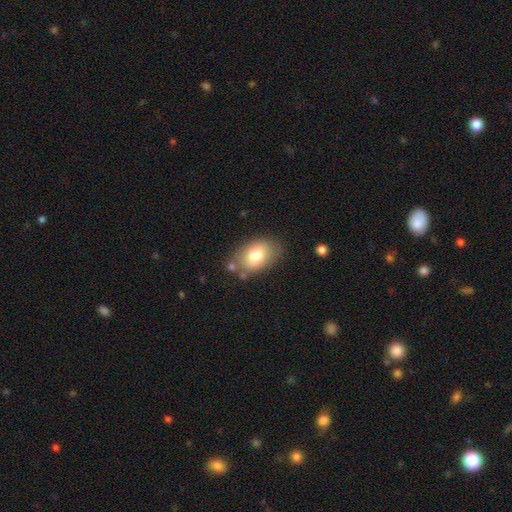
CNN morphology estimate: A smooth galaxy with no disk features (77%) that is in between round and cigar-shaped (86%). Merging: none (73%).